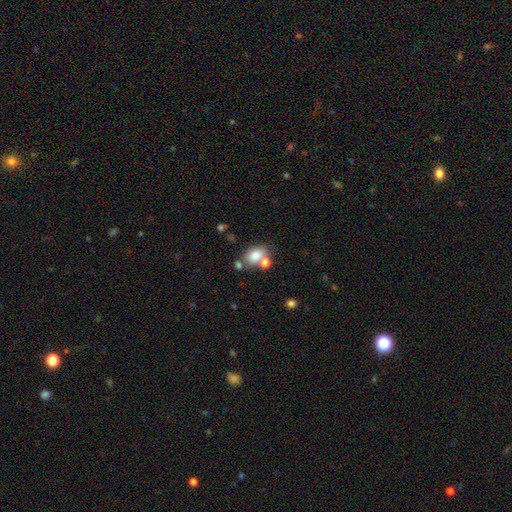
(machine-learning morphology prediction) Smooth or featured?
  - smooth: 78% *
  - featured or disk: 12%
  - star or artifact: 10%
How rounded?
  - in between: 75% *
  - round: 24%
  - cigar-shaped: 1%
Merging?
  - none: 54% *
  - merger: 28%
  - minor disturbance: 13%
  - major disturbance: 5%